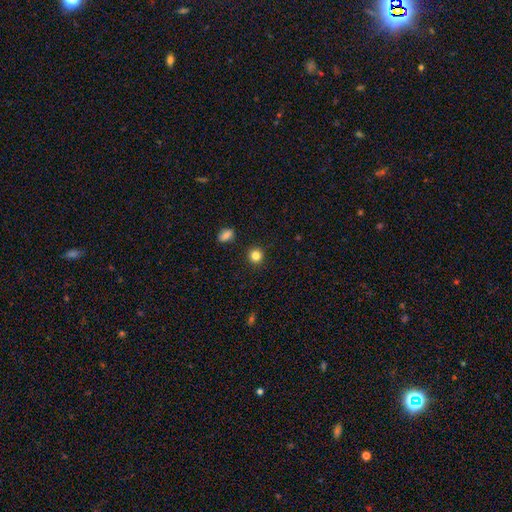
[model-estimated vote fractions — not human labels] smooth-or-featured: smooth: 84% | star or artifact: 11% | featured or disk: 5%
  how-rounded: round: 91% | in between: 8% | cigar-shaped: 1%
  merging: none: 91% | minor disturbance: 5% | major disturbance: 2% | merger: 2%